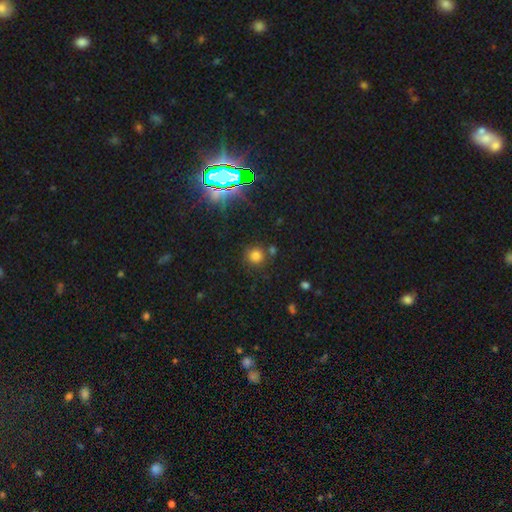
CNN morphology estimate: Smooth or featured?
  - smooth: 71% *
  - star or artifact: 22%
  - featured or disk: 6%
How rounded?
  - round: 91% *
  - in between: 8%
  - cigar-shaped: 1%
Merging?
  - none: 78% *
  - minor disturbance: 9%
  - merger: 9%
  - major disturbance: 4%